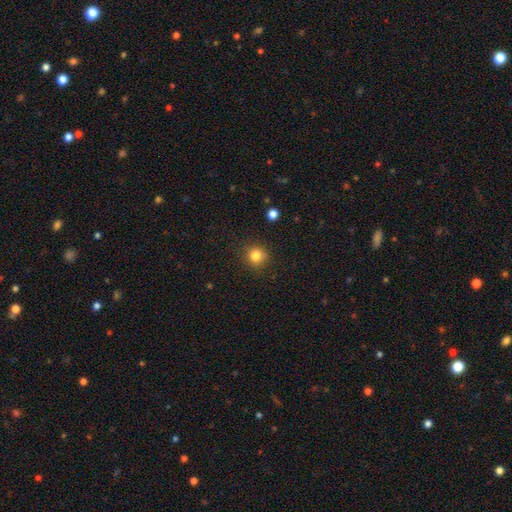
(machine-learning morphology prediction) This is clearly a smooth galaxy (82%). How rounded: clearly round (91%). Merging: clearly none (87%).